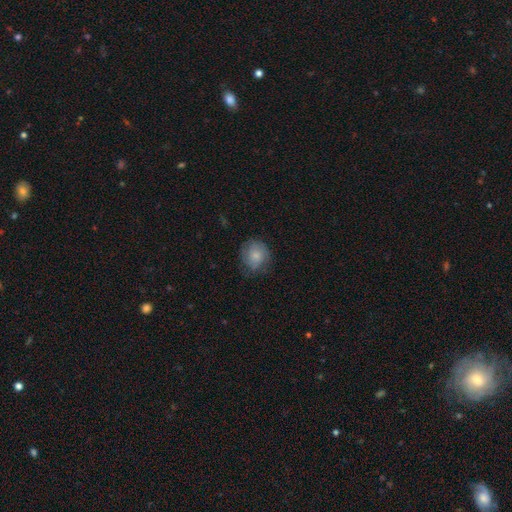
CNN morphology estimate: This appears to be a smooth galaxy with no disk features (78%) that is round (80%). Merging: none (67%).